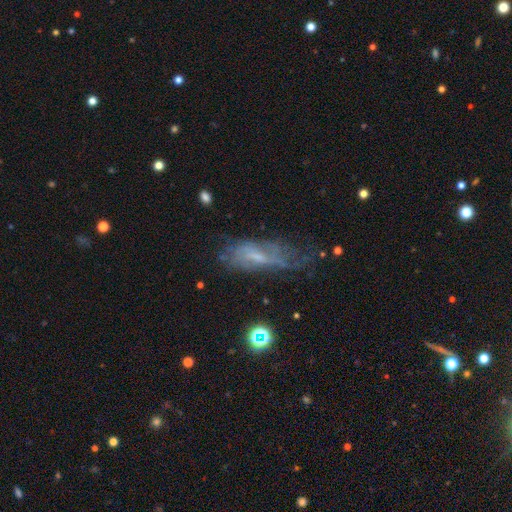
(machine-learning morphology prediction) Overall: featured or disk (53%; smooth 34%). Edge-on disk: no (75%). Merging: none (45%; minor disturbance 30%).